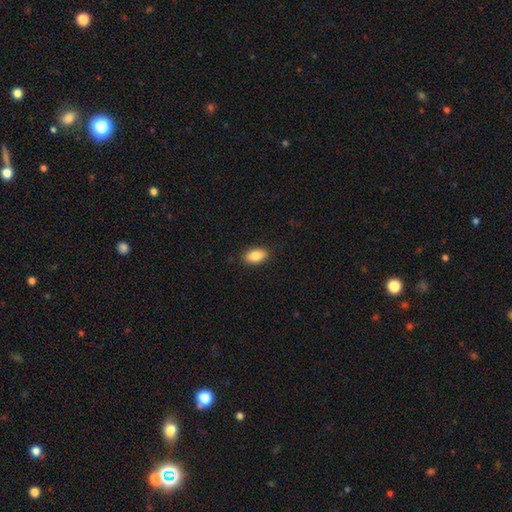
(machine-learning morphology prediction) Smooth or featured? smooth (86%)
How rounded? in between (91%)
Merging? none (89%)